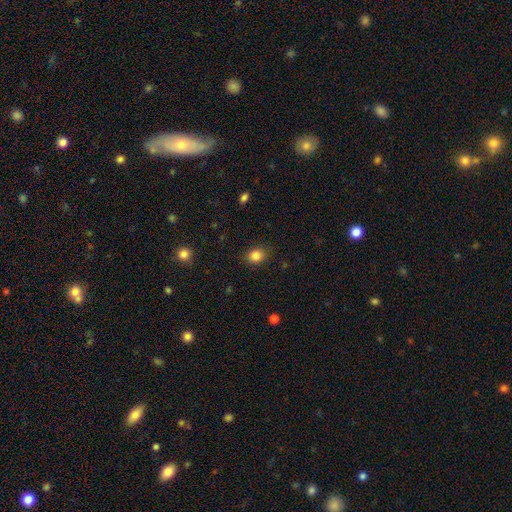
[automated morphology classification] Smooth or featured? Predicted: smooth (p=0.85). How rounded? Predicted: round (p=0.57). Merging? Predicted: none (p=0.87).